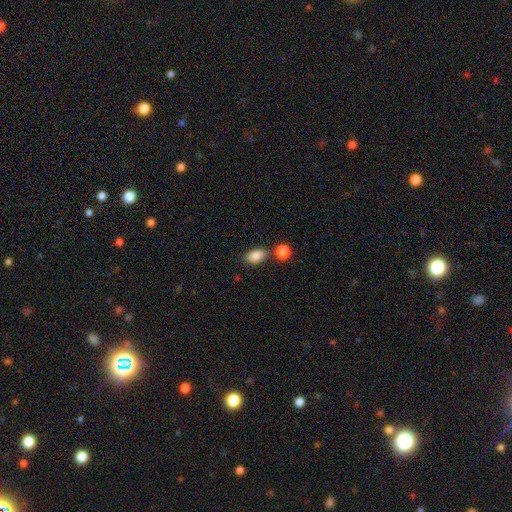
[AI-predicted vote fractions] A smooth galaxy with no disk features (84%) that is in between round and cigar-shaped (87%). Merging: none (72%).